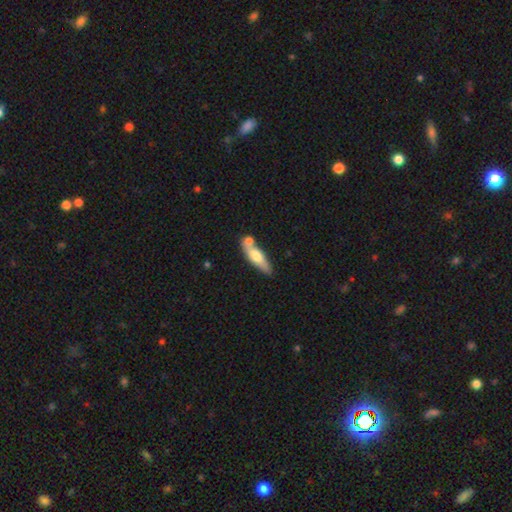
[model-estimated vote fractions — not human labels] Morphology: type=smooth (56%); roundness=cigar-shaped (60%); merging=none (57%).